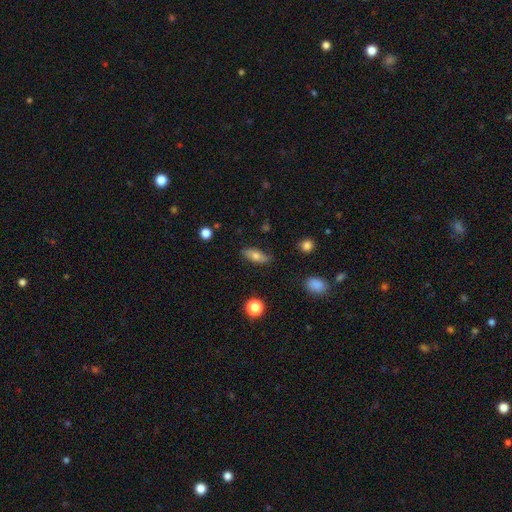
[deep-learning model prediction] Smooth or featured? Predicted: smooth (p=0.69). How rounded? Predicted: in between (p=0.76). Merging? Predicted: none (p=0.81).